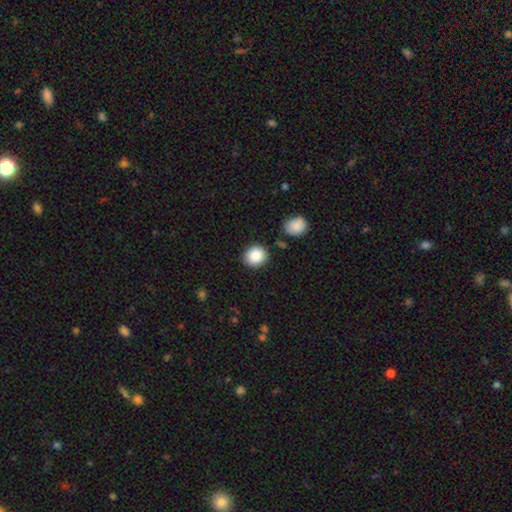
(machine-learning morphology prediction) Q: Smooth or featured?
A: smooth (88%); runner-up: star or artifact (8%)
Q: How rounded?
A: round (77%); runner-up: in between (22%)
Q: Merging?
A: none (84%); runner-up: minor disturbance (9%)